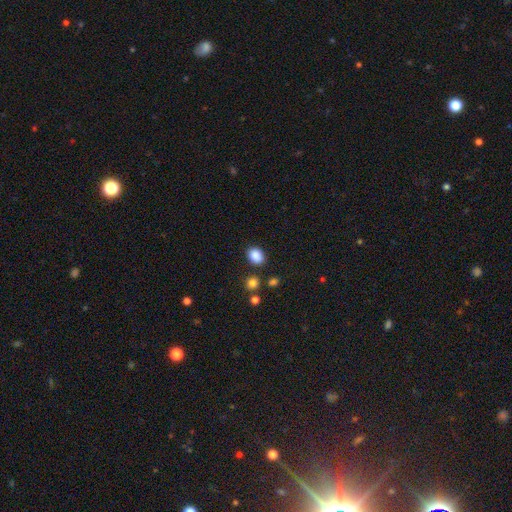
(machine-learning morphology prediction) A smooth galaxy with no disk features (87%) that is in between round and cigar-shaped (67%).

Vote fractions:
- Smooth or featured? smooth: 87% / star or artifact: 9% / featured or disk: 3%
- How rounded? in between: 67% / round: 32% / cigar-shaped: 1%
- Merging? none: 82% / minor disturbance: 11% / merger: 4% / major disturbance: 3%